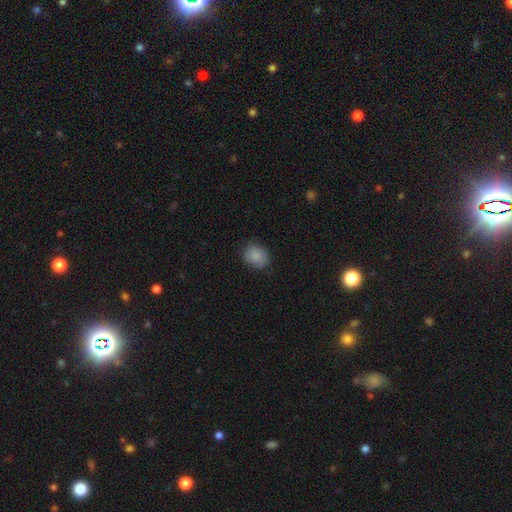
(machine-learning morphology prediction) A smooth galaxy with no disk features (86%) that is round (68%).

Vote fractions:
- Smooth or featured? smooth: 86% / star or artifact: 8% / featured or disk: 6%
- How rounded? round: 68% / in between: 31% / cigar-shaped: 1%
- Merging? none: 81% / minor disturbance: 15% / major disturbance: 3% / merger: 1%